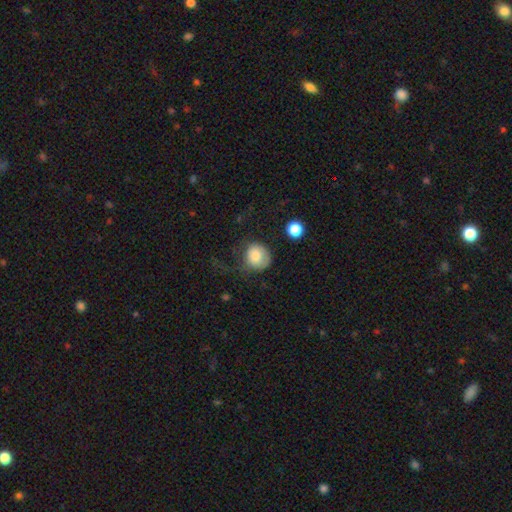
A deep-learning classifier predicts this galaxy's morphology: Overall: smooth (80%). How rounded: round (79%). Merging: none (39%; major disturbance 34%).